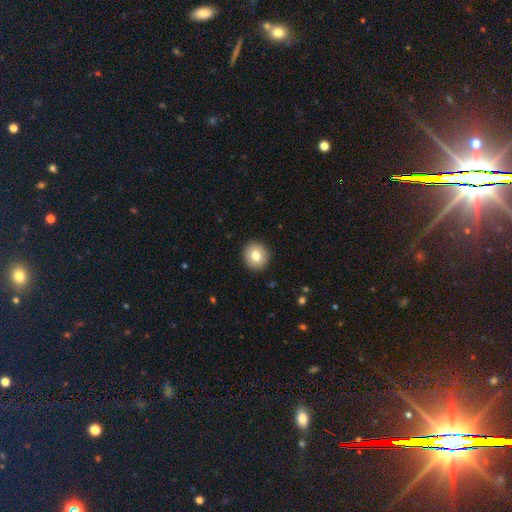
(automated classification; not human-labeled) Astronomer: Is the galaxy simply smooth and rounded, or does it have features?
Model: smooth — 79%.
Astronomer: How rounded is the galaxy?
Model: round — 91%.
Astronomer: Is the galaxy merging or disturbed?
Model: none — 92%.